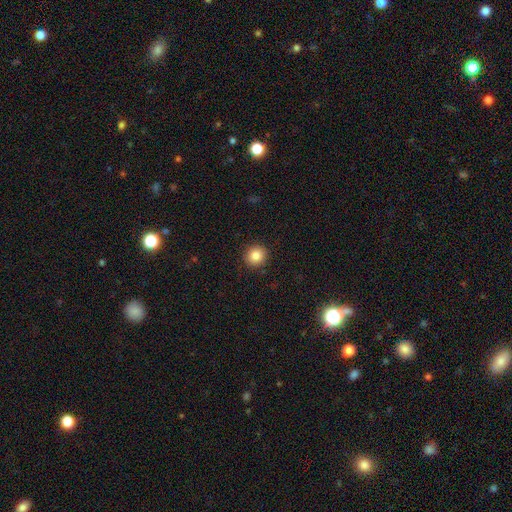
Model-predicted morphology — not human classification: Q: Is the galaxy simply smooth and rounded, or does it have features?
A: smooth — 84%.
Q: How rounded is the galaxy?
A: round — 91%.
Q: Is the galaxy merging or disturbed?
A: none — 92%.